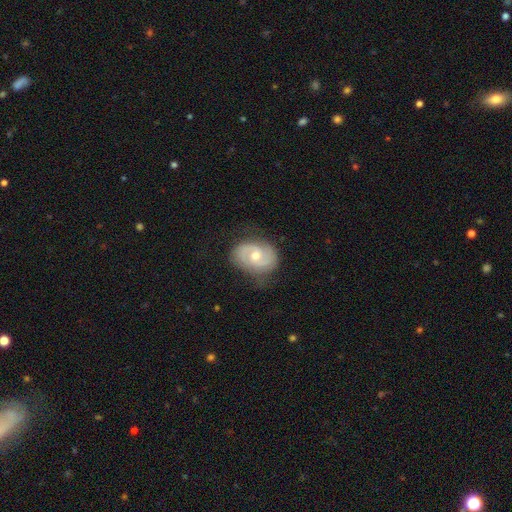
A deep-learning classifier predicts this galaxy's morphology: The model was most divided on "spiral winding": medium: 42%, tight: 36%, loose: 21%. More confident: edge-on disk — no (97%); spiral arms — yes (87%); spiral arm count — 2 (81%); smooth or featured — featured or disk (73%); merging — none (72%); bulge size — moderate (61%); bar — no (61%).